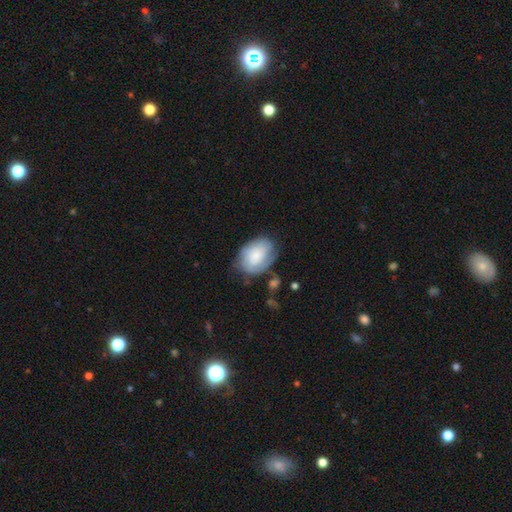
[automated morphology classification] smooth-or-featured: smooth: 49% | featured or disk: 44% | star or artifact: 7%
  merging: none: 57% | minor disturbance: 27% | major disturbance: 13% | merger: 4%